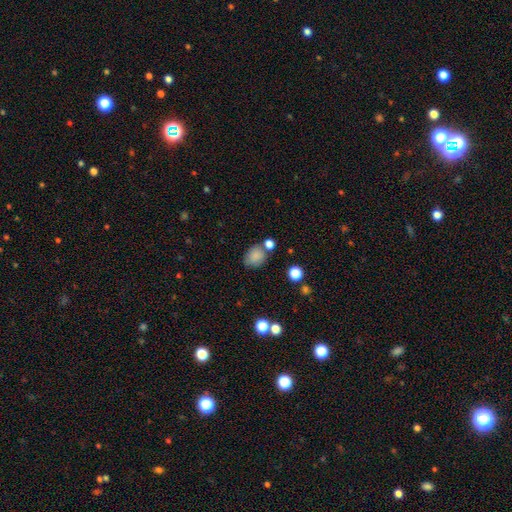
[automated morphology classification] Overall: smooth (84%). How rounded: round (52%; in between 47%). Merging: none (65%).